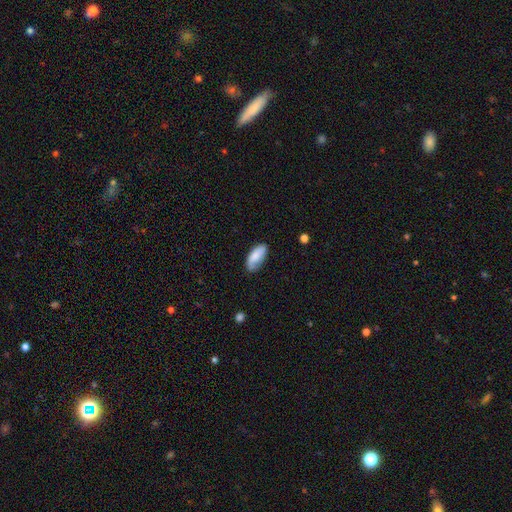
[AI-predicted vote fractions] This appears to be a smooth galaxy with no disk features (76%) that is in between round and cigar-shaped (90%). Merging: none (67%).